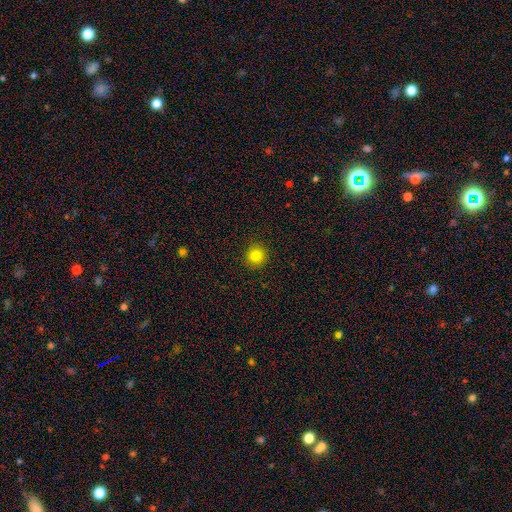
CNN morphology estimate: smooth 82%, star or artifact 12%, featured or disk 5%. Down the decision tree: how rounded — round (93%); merging — none (92%).